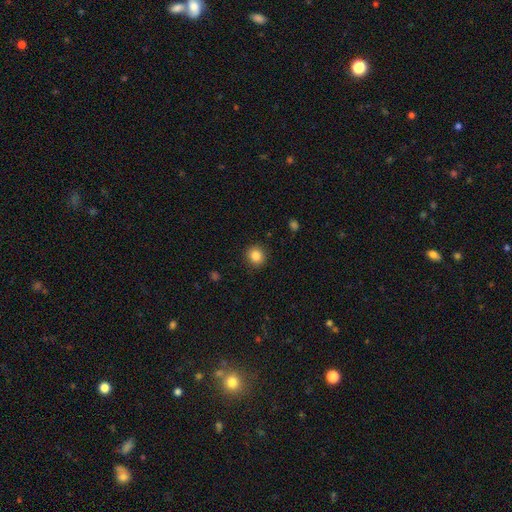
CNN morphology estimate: smooth-or-featured: smooth: 85% | star or artifact: 10% | featured or disk: 5%
  how-rounded: round: 90% | in between: 9% | cigar-shaped: 1%
  merging: none: 91% | minor disturbance: 6% | major disturbance: 2% | merger: 1%